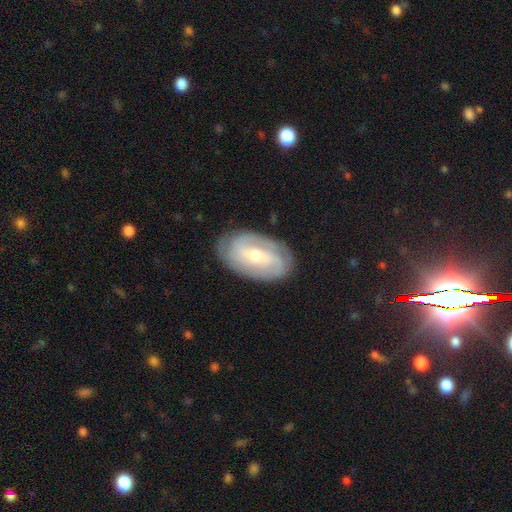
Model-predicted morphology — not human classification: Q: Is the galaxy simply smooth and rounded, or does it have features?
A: featured or disk — 78%.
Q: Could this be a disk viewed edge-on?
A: no — 95%.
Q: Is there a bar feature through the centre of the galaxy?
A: weak — 43%.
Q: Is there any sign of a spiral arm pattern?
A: yes — 91%.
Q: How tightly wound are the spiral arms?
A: tight — 61%.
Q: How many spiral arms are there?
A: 2 — 40%.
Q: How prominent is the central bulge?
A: moderate — 51%.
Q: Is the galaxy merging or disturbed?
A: none — 82%.